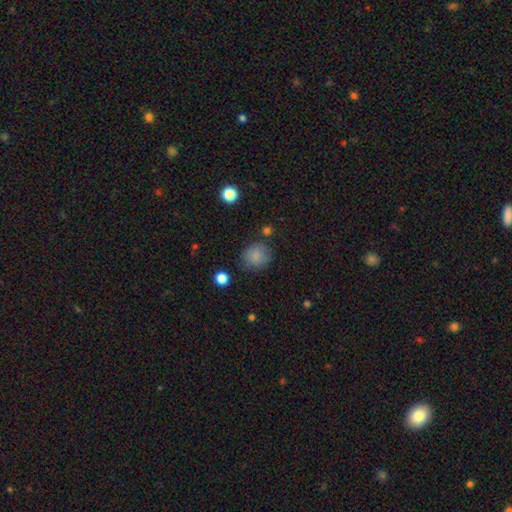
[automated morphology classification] Smooth or featured?
  - smooth: 82% *
  - star or artifact: 11%
  - featured or disk: 7%
How rounded?
  - round: 80% *
  - in between: 19%
  - cigar-shaped: 1%
Merging?
  - none: 76% *
  - minor disturbance: 16%
  - major disturbance: 5%
  - merger: 3%